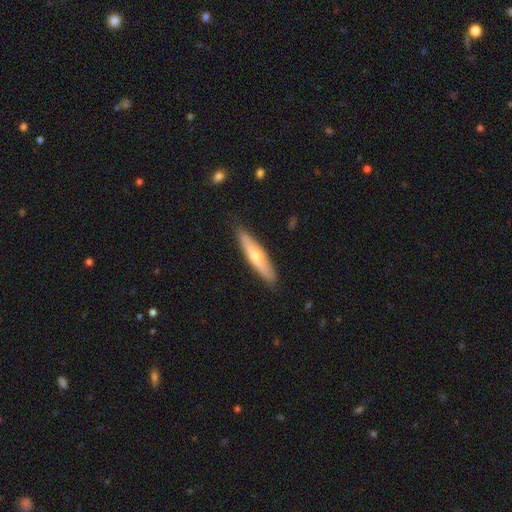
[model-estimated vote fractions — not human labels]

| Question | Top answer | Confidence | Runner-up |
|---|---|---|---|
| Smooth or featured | smooth | 51% | featured or disk (43%) |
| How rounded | cigar-shaped | 84% | in between (15%) |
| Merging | none | 87% | minor disturbance (10%) |